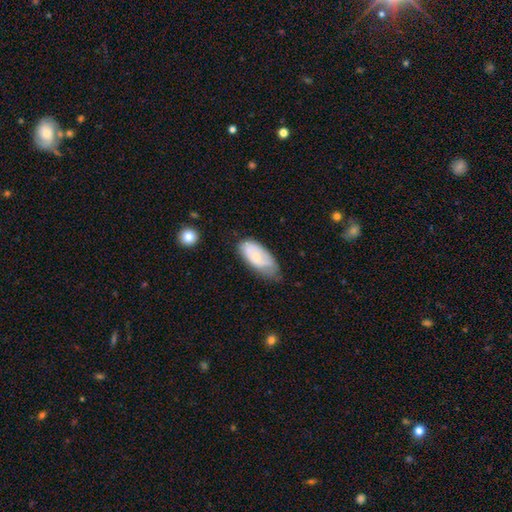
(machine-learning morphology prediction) A smooth galaxy with no disk features (62%) that is in between round and cigar-shaped (89%).

Vote fractions:
- Smooth or featured? smooth: 62% / featured or disk: 32% / star or artifact: 6%
- How rounded? in between: 89% / cigar-shaped: 9% / round: 2%
- Merging? none: 48% / minor disturbance: 38% / major disturbance: 11% / merger: 3%